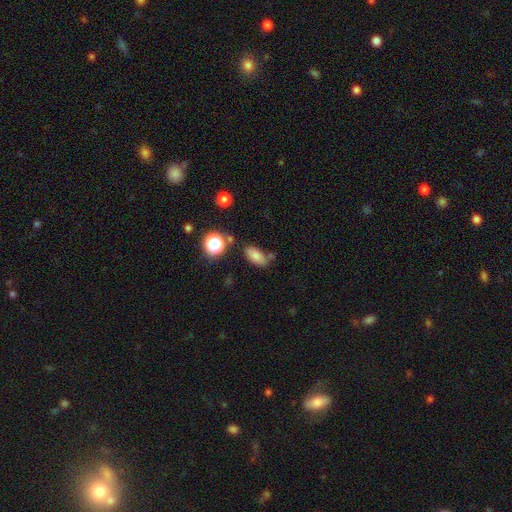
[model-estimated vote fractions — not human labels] A smooth galaxy with no disk features (78%) that is in between round and cigar-shaped (86%).

Vote fractions:
- Smooth or featured? smooth: 78% / star or artifact: 13% / featured or disk: 9%
- How rounded? in between: 86% / round: 7% / cigar-shaped: 7%
- Merging? none: 71% / minor disturbance: 16% / merger: 9% / major disturbance: 4%